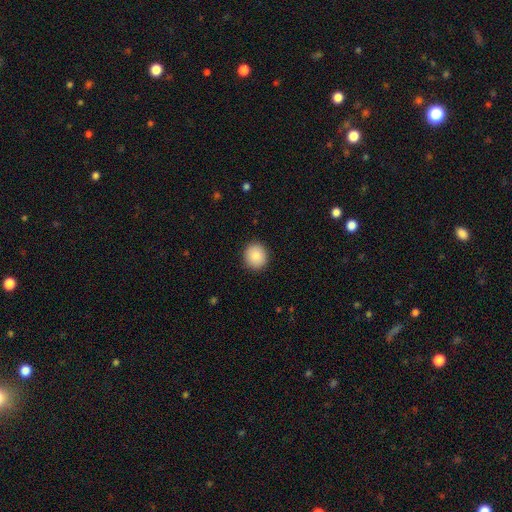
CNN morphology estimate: Smooth or featured: smooth — 87% (star or artifact — 8%)
How rounded: round — 88% (in between — 11%)
Merging: none — 91% (minor disturbance — 6%)